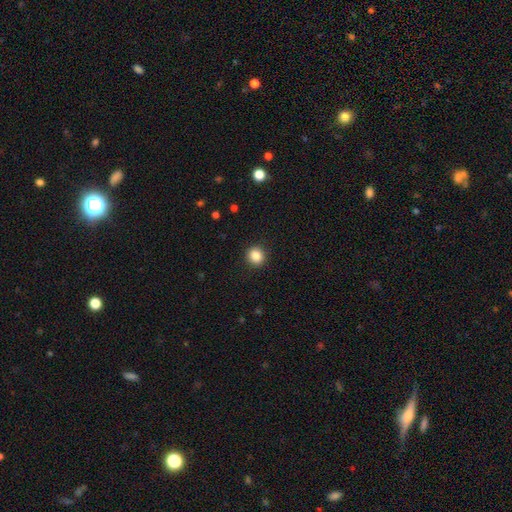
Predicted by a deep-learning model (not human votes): smooth 86%, star or artifact 10%, featured or disk 4%. Down the decision tree: how rounded — round (86%); merging — none (91%).